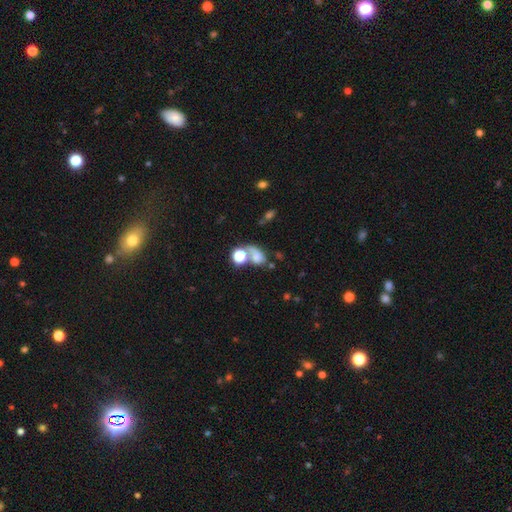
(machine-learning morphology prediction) type=smooth (62%); roundness=in between (54%); merging=merger (45%).